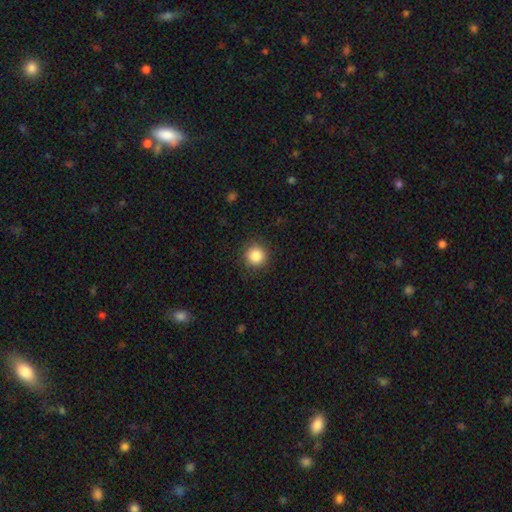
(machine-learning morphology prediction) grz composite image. It shows a smooth galaxy with no disk features (86%) that is round (94%). Merging: none (91%).